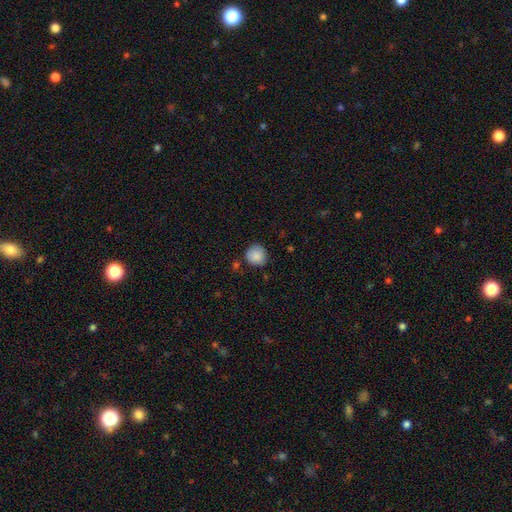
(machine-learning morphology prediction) This is clearly a smooth galaxy (88%). How rounded: clearly round (90%). Merging: likely none (79%).